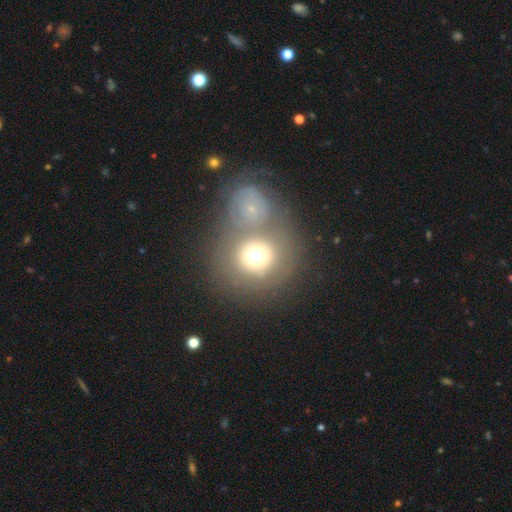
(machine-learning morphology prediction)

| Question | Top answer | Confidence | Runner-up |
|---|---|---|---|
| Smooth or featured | smooth | 58% | featured or disk (32%) |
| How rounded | round | 89% | in between (10%) |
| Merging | merger | 46% | none (38%) |